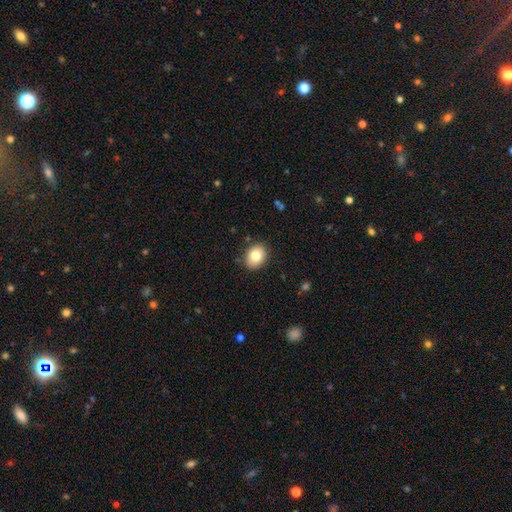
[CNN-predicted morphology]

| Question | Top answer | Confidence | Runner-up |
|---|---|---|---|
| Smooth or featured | smooth | 81% | featured or disk (10%) |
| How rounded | in between | 59% | round (40%) |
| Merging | none | 87% | minor disturbance (9%) |